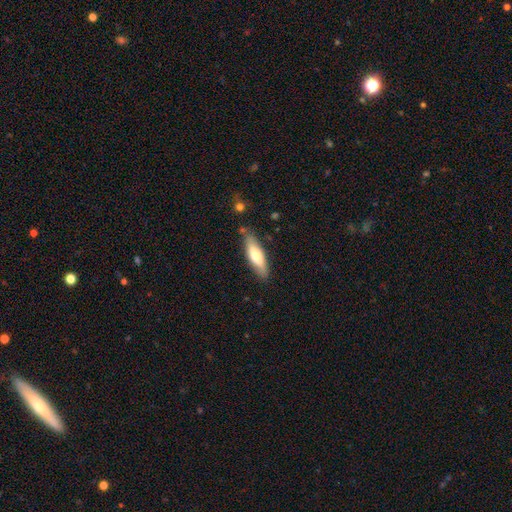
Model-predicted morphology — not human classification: This is likely a smooth galaxy (65%). How rounded: possibly cigar-shaped (53%). Merging: clearly none (81%).